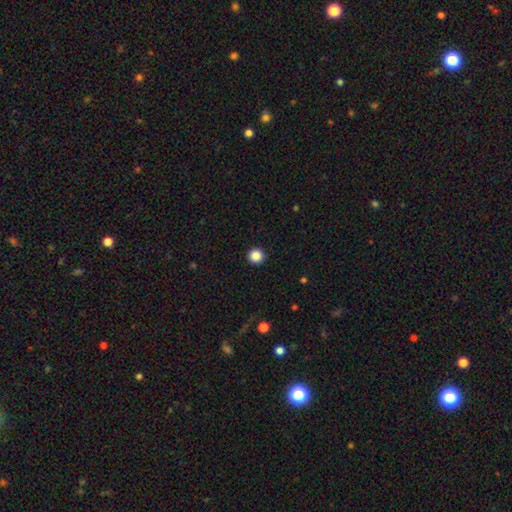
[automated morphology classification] smooth-or-featured: smooth: 87% | star or artifact: 11% | featured or disk: 3%
  how-rounded: round: 96% | in between: 3% | cigar-shaped: 1%
  merging: none: 93% | minor disturbance: 4% | major disturbance: 2% | merger: 1%